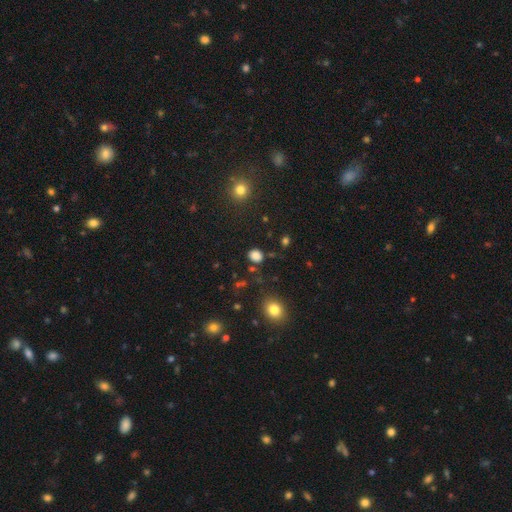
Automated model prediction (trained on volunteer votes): smooth 82%, star or artifact 13%, featured or disk 4%. Down the decision tree: how rounded — round (61%); merging — none (82%).